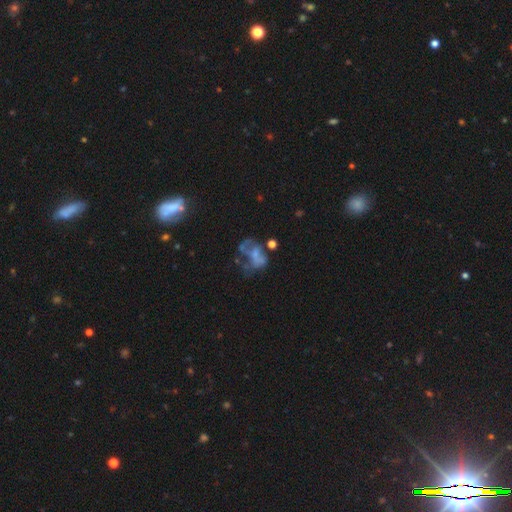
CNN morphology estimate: smooth_or_featured: featured or disk (p=0.53) [alt: smooth p=0.31]
disk_edge_on: no (p=0.98) [alt: yes p=0.02]
bar: no (p=0.81) [alt: weak p=0.15]
has_spiral_arms: no (p=0.79) [alt: yes p=0.21]
bulge_size: none (p=0.56) [alt: small p=0.26]
merging: major disturbance (p=0.43) [alt: none p=0.25]